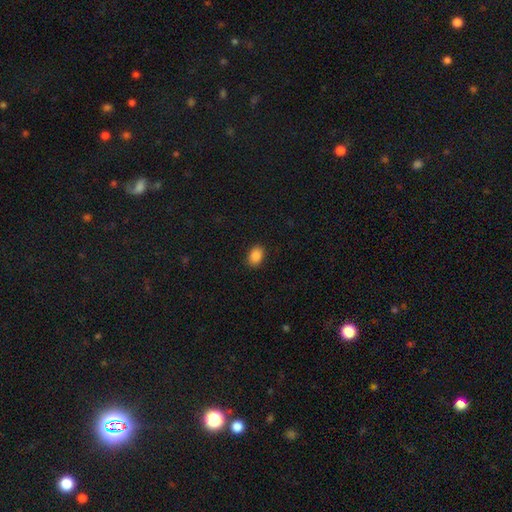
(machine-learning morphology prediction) smooth 88%, star or artifact 9%, featured or disk 3%. Down the decision tree: how rounded — in between (73%); merging — none (88%).